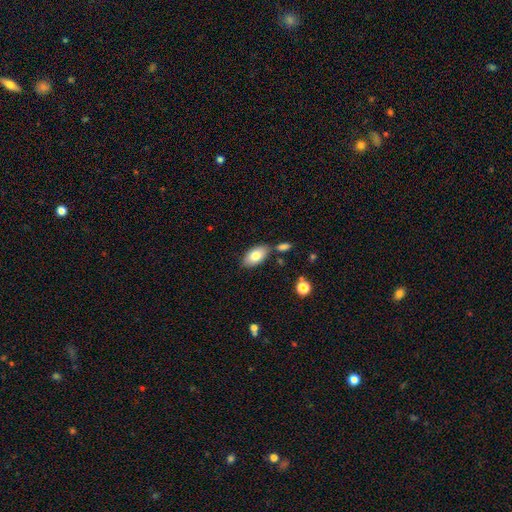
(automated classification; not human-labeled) smooth-or-featured: smooth: 80% | featured or disk: 13% | star or artifact: 7%
  how-rounded: in between: 94% | round: 4% | cigar-shaped: 2%
  merging: none: 73% | minor disturbance: 13% | merger: 11% | major disturbance: 3%